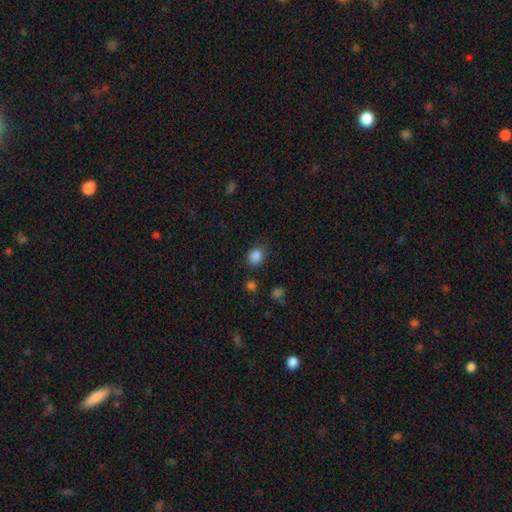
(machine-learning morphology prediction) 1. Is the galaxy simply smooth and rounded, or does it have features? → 85% smooth, 11% star or artifact, 3% featured or disk.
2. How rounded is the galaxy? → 64% round, 35% in between, 1% cigar-shaped.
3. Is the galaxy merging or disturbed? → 80% none, 13% minor disturbance, 4% major disturbance, 3% merger.